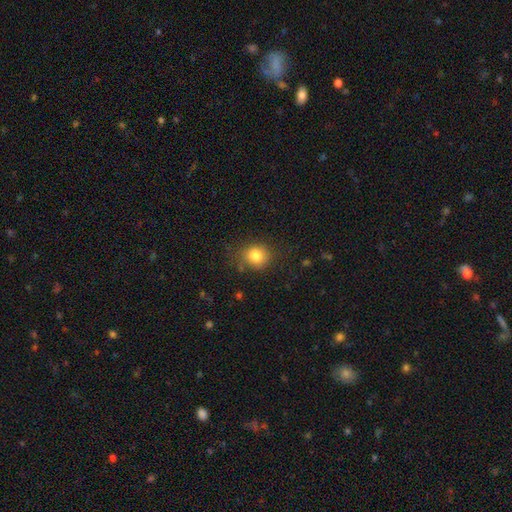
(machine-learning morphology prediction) The model was most divided on "how rounded": round: 78%, in between: 22%, cigar-shaped: 1%. More confident: smooth or featured — smooth (82%); merging — none (75%).